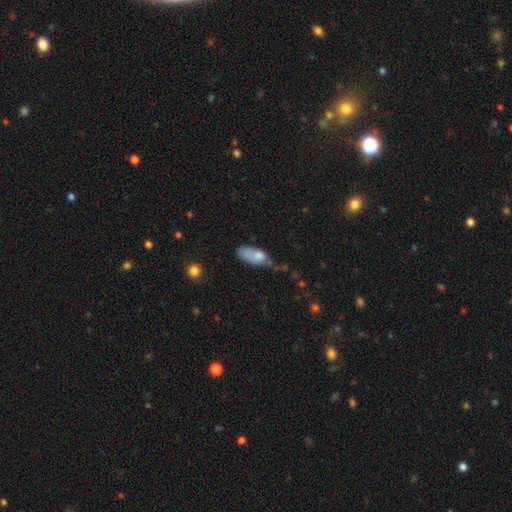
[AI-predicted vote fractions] Smooth or featured? smooth (75%)
How rounded? in between (84%)
Merging? minor disturbance (35%)